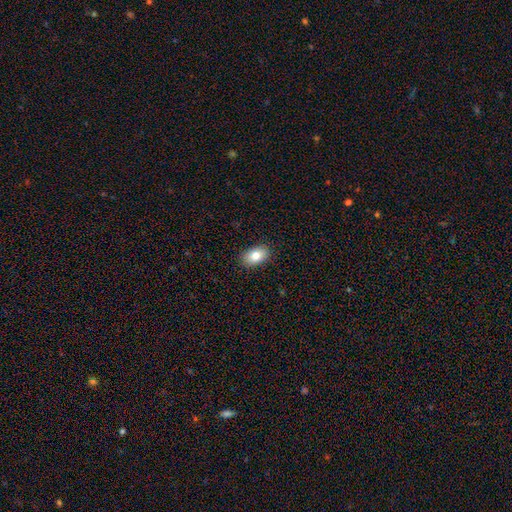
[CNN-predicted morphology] smooth 80%, featured or disk 12%, star or artifact 8%. Down the decision tree: how rounded — in between (90%); merging — none (89%).